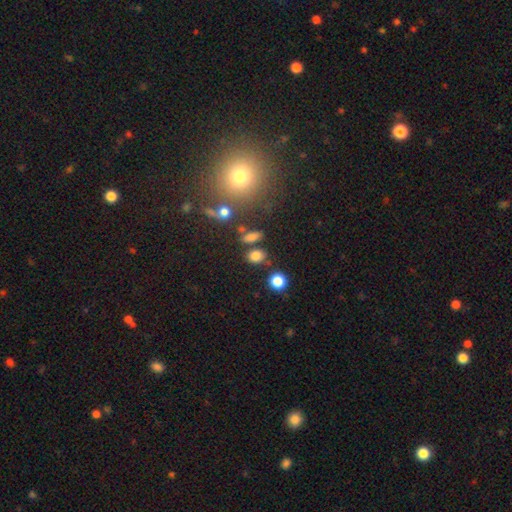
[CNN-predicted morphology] smooth_or_featured: smooth (p=0.79) [alt: star or artifact p=0.15]
how_rounded: in between (p=0.62) [alt: round p=0.34]
merging: none (p=0.74) [alt: minor disturbance p=0.11]